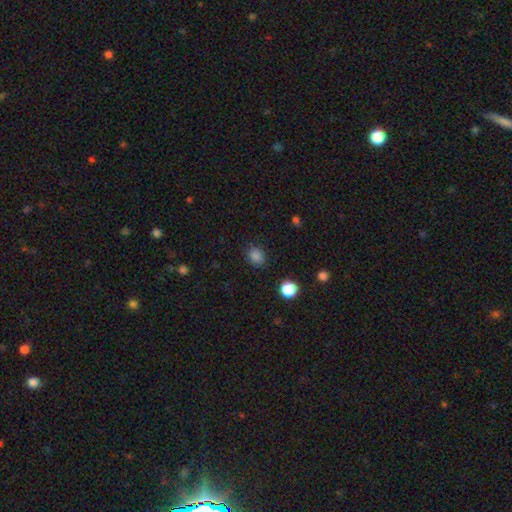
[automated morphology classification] Smooth or featured? Predicted: smooth (p=0.83). How rounded? Predicted: round (p=0.61). Merging? Predicted: none (p=0.85).